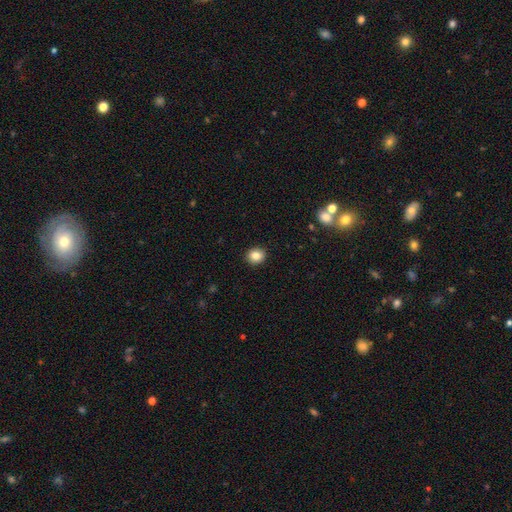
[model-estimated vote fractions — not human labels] This is clearly a smooth galaxy (84%). How rounded: clearly round (82%). Merging: clearly none (92%).